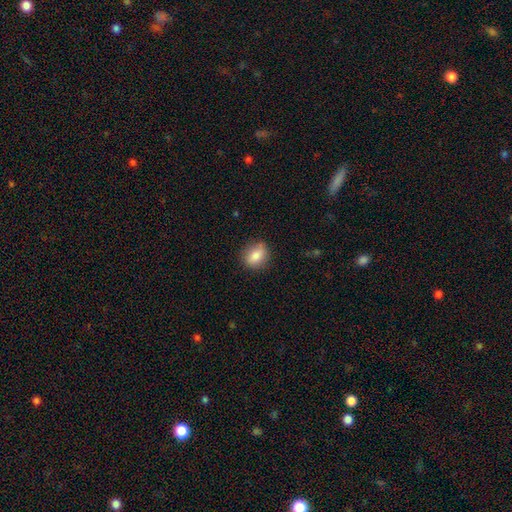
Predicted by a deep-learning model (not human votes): smooth_or_featured: smooth (p=0.81) [alt: featured or disk p=0.11]
how_rounded: in between (p=0.49) [alt: round p=0.48]
merging: none (p=0.81) [alt: minor disturbance p=0.15]